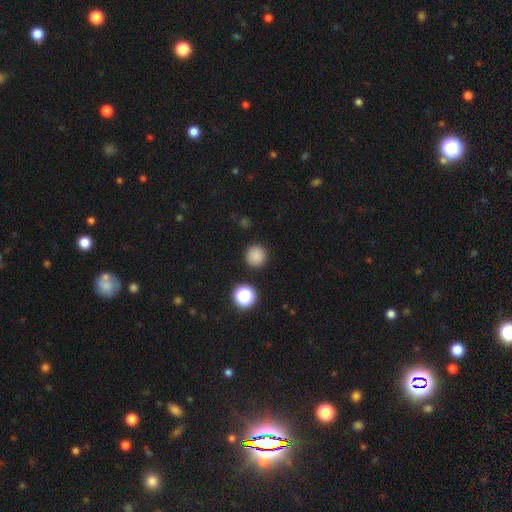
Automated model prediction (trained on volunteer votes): A smooth galaxy with no disk features (83%) that is round (95%).

Vote fractions:
- Smooth or featured? smooth: 83% / star or artifact: 13% / featured or disk: 4%
- How rounded? round: 95% / in between: 4% / cigar-shaped: 1%
- Merging? none: 90% / minor disturbance: 6% / major disturbance: 2% / merger: 2%